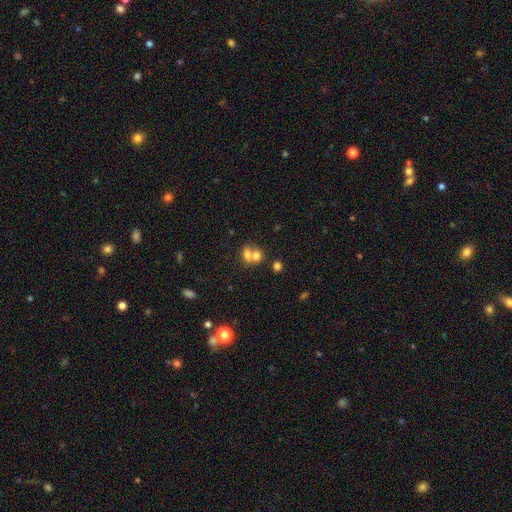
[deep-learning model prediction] Smooth or featured? Predicted: smooth (p=0.69). How rounded? Predicted: round (p=0.52). Merging? Predicted: merger (p=0.65).